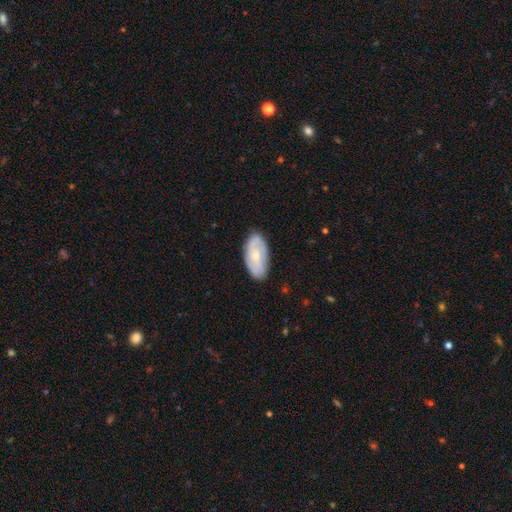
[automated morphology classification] A featured or disk galaxy (50%).

Vote fractions:
- Smooth or featured? featured or disk: 50% / smooth: 44% / star or artifact: 6%
- Merging? none: 82% / minor disturbance: 14% / major disturbance: 3% / merger: 1%